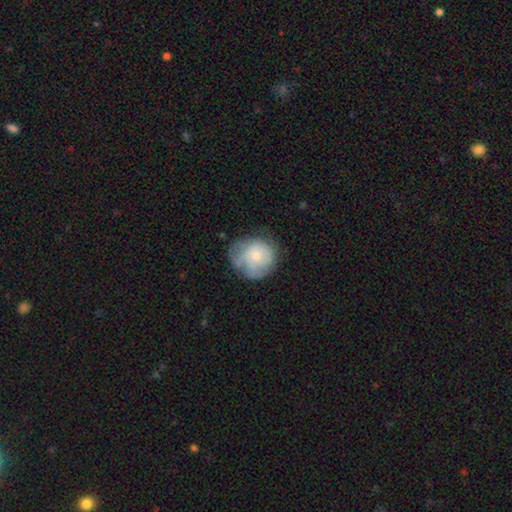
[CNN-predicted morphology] smooth-or-featured: smooth: 54% | featured or disk: 39% | star or artifact: 8%
  how-rounded: round: 83% | in between: 16% | cigar-shaped: 1%
  merging: none: 52% | minor disturbance: 28% | major disturbance: 17% | merger: 2%